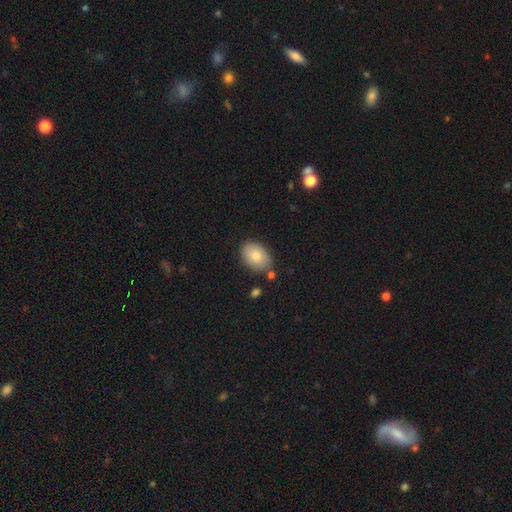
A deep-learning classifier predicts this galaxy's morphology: Smooth or featured?
  - smooth: 83% *
  - featured or disk: 10%
  - star or artifact: 7%
How rounded?
  - in between: 85% *
  - round: 14%
  - cigar-shaped: 1%
Merging?
  - none: 80% *
  - minor disturbance: 13%
  - merger: 4%
  - major disturbance: 3%